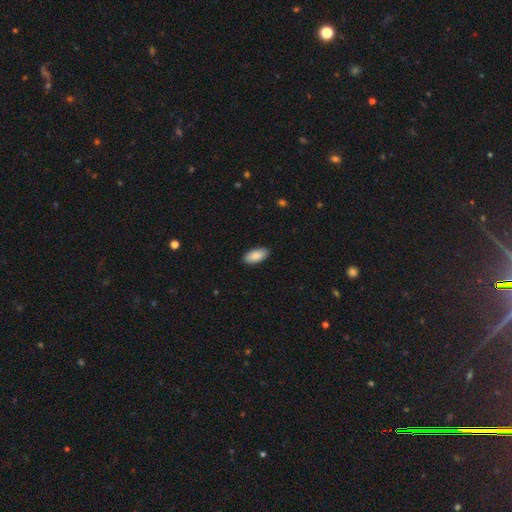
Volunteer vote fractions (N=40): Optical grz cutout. It shows a smooth galaxy with no disk features (85%) that is in between round and cigar-shaped (88%). Merging: none (84%).